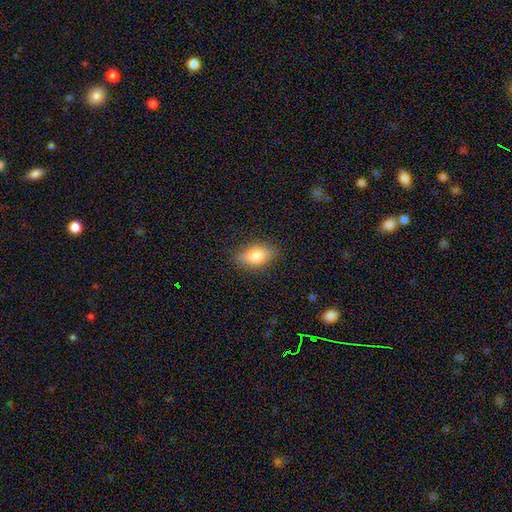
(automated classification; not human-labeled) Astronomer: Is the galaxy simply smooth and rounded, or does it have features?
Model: smooth — 81%.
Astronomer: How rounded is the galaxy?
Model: in between — 85%.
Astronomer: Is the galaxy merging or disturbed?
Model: none — 82%.